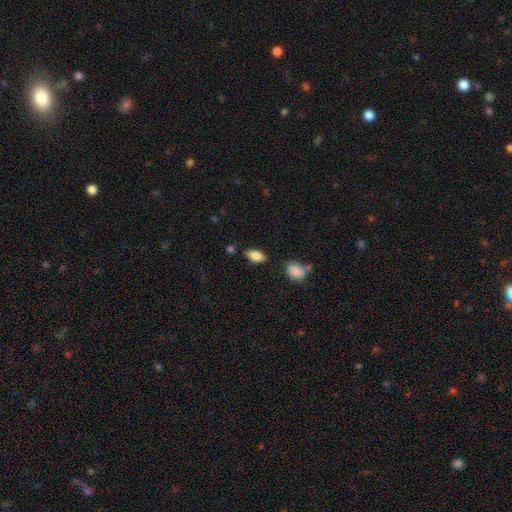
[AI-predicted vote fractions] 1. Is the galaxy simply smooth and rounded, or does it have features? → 82% smooth, 10% featured or disk, 8% star or artifact.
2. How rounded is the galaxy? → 90% in between, 5% cigar-shaped, 4% round.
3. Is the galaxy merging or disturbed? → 79% none, 14% minor disturbance, 4% merger, 3% major disturbance.